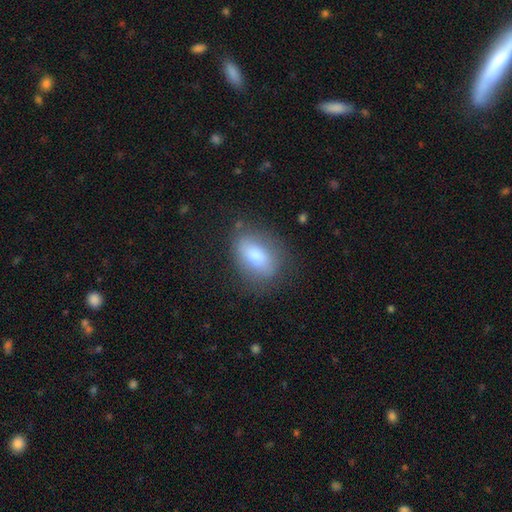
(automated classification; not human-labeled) The model was most divided on "merging": none: 71%, minor disturbance: 19%, major disturbance: 8%, merger: 2%. More confident: how rounded — in between (85%); smooth or featured — smooth (77%).